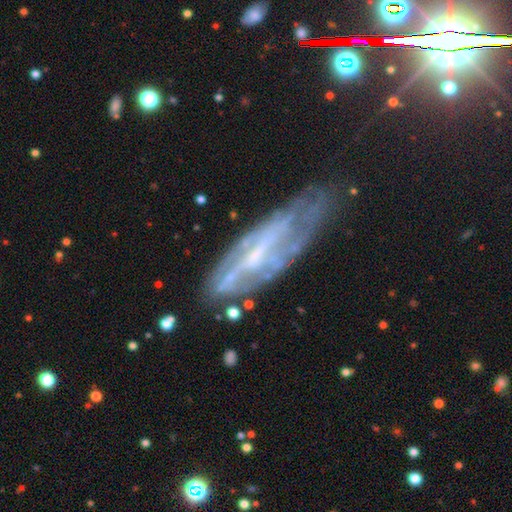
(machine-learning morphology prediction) Smooth or featured? featured or disk (75%)
Edge-on disk? no (74%)
Bar? weak (37%)
Spiral arms? yes (69%)
Bulge size? small (42%)
Merging? none (53%)